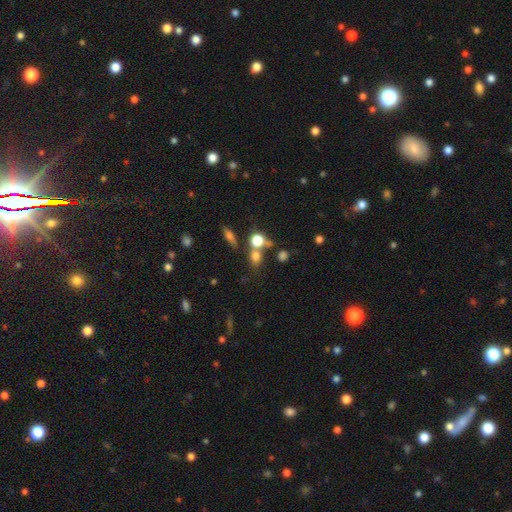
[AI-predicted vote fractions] Overall: smooth (72%). How rounded: round (65%; in between 32%). Merging: none (51%; merger 32%).